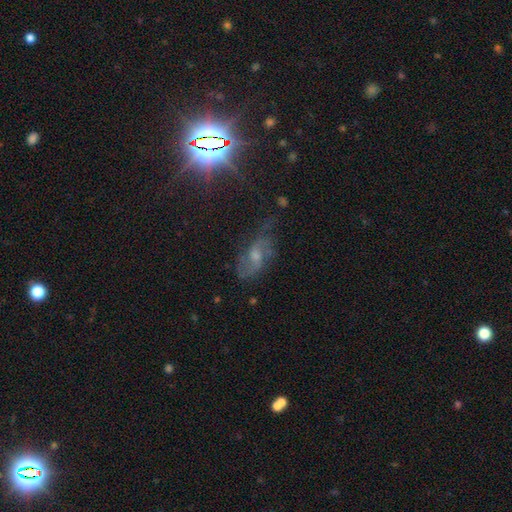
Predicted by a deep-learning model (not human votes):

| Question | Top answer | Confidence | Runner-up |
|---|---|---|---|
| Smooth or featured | featured or disk | 62% | smooth (20%) |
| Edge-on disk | no | 91% | yes (9%) |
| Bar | no | 53% | weak (40%) |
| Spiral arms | yes | 84% | no (16%) |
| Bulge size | moderate | 48% | small (35%) |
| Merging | none | 57% | minor disturbance (23%) |